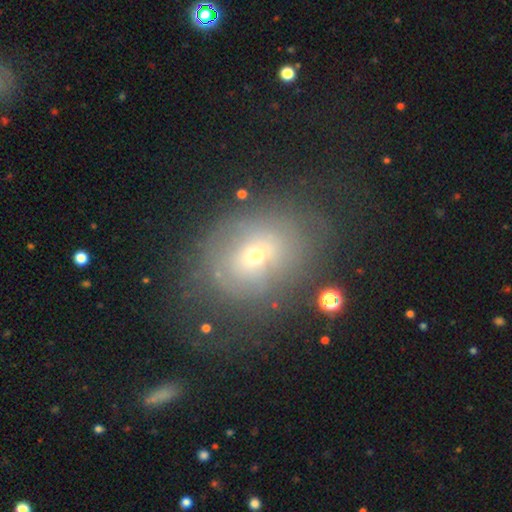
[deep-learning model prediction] Overall: smooth (47%; featured or disk 37%). Merging: none (56%; minor disturbance 21%).